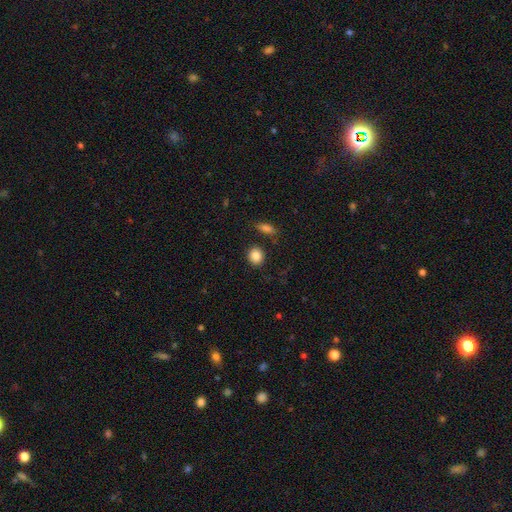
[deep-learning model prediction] Q: Smooth or featured?
A: smooth (87%); runner-up: star or artifact (9%)
Q: How rounded?
A: round (77%); runner-up: in between (22%)
Q: Merging?
A: none (85%); runner-up: minor disturbance (8%)